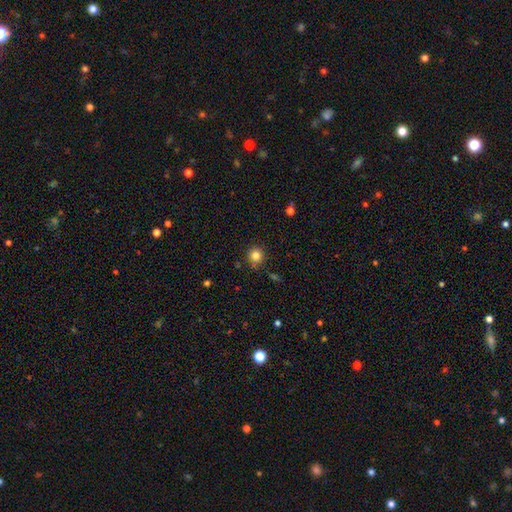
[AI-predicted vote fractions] This is clearly a smooth galaxy (83%). How rounded: clearly round (92%). Merging: clearly none (85%).